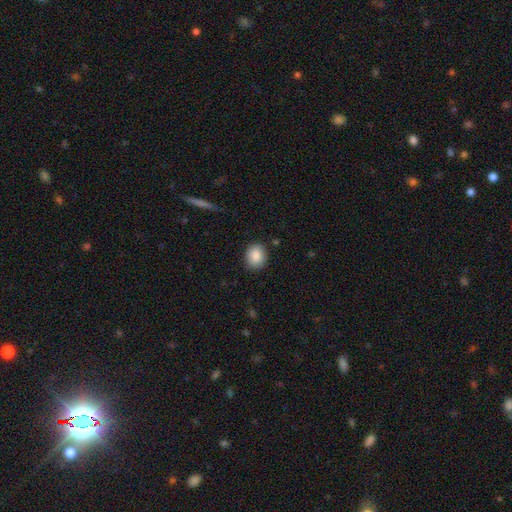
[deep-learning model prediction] Morphology: type=smooth (87%); roundness=round (60%); merging=none (86%).